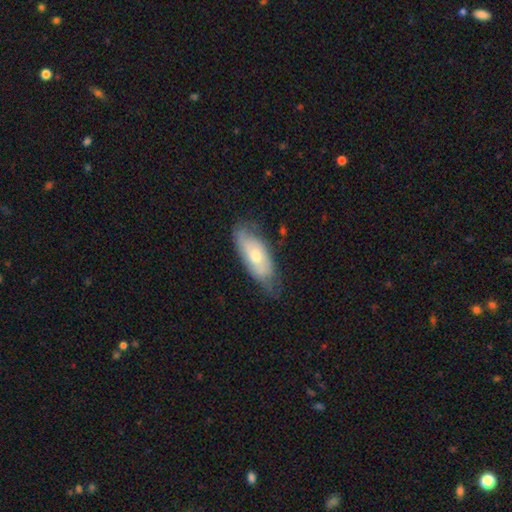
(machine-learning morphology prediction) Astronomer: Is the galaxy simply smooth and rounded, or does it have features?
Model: smooth — 51% (runner-up: featured or disk, 43%).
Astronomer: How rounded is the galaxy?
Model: in between — 79%.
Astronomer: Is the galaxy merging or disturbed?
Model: none — 61%.